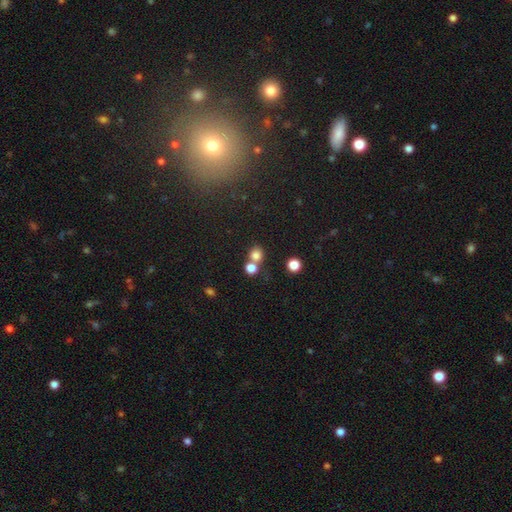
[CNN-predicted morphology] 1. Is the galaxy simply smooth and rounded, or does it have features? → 78% smooth, 15% star or artifact, 7% featured or disk.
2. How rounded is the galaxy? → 81% round, 18% in between, 1% cigar-shaped.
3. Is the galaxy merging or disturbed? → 54% none, 36% merger, 7% minor disturbance, 3% major disturbance.